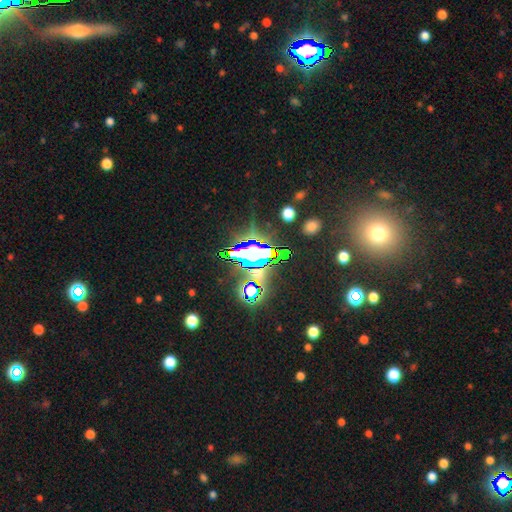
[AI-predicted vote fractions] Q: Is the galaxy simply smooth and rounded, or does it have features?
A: star or artifact — 76%.